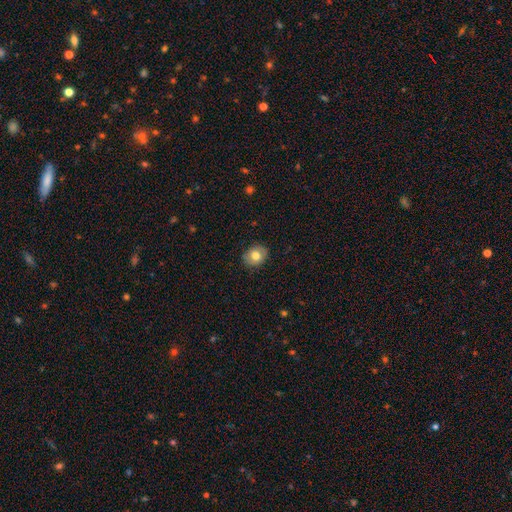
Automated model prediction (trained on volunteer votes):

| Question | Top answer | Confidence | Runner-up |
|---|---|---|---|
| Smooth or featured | smooth | 77% | featured or disk (14%) |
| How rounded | round | 56% | in between (43%) |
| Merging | none | 87% | minor disturbance (10%) |